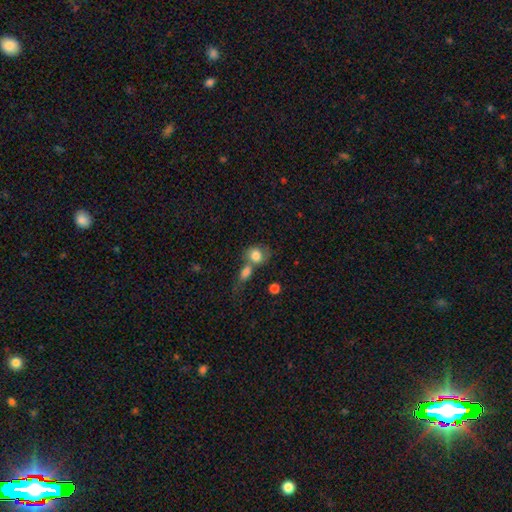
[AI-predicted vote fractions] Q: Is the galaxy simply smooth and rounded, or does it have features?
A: smooth — 80%.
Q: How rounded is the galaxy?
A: round — 60%.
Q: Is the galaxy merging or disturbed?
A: merger — 53%.